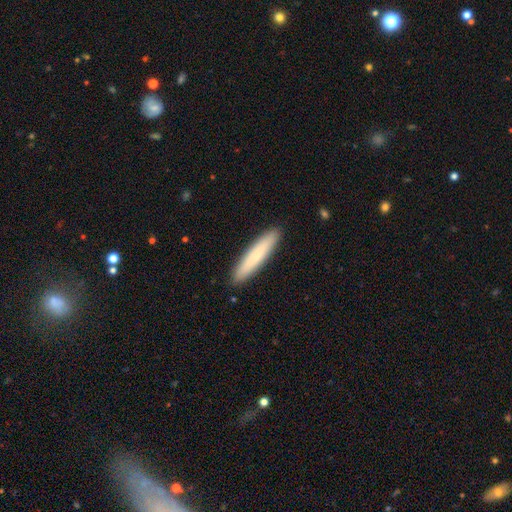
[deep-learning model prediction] The model was most divided on "smooth or featured": smooth: 79%, featured or disk: 16%, star or artifact: 5%. More confident: merging — none (91%); how rounded — cigar-shaped (89%).